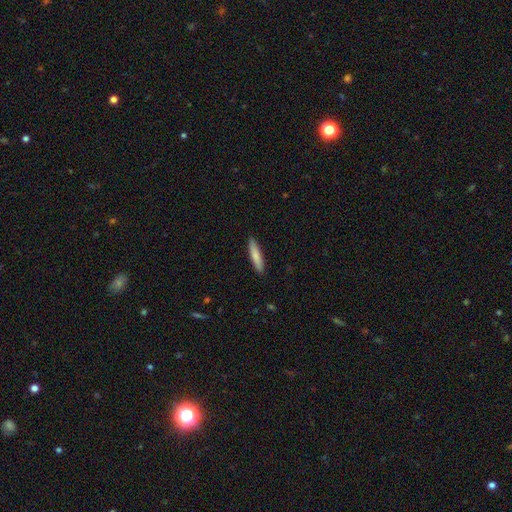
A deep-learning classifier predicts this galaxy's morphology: Smooth or featured? Predicted: smooth (p=0.79). How rounded? Predicted: cigar-shaped (p=0.86). Merging? Predicted: none (p=0.90).